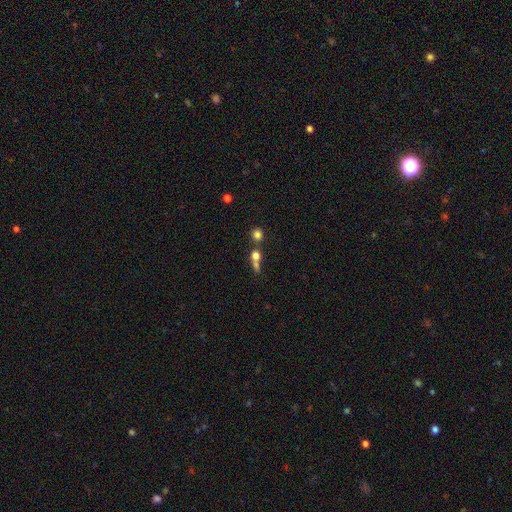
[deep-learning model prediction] Smooth or featured?
  - smooth: 67% *
  - featured or disk: 17%
  - star or artifact: 16%
How rounded?
  - round: 69% *
  - in between: 22%
  - cigar-shaped: 9%
Merging?
  - merger: 45% *
  - none: 40%
  - minor disturbance: 9%
  - major disturbance: 7%